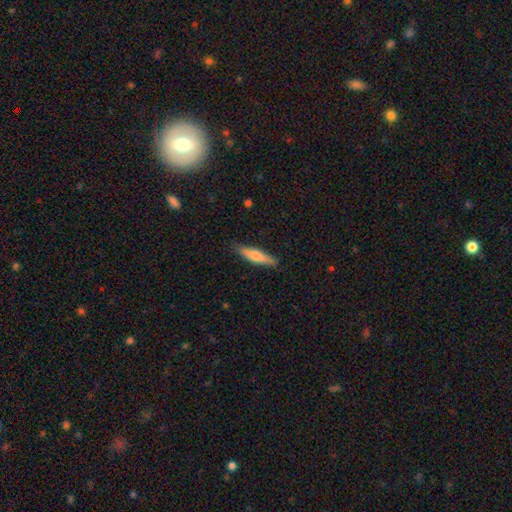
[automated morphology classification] A smooth galaxy with no disk features (61%) that is cigar-shaped (81%). Merging: none (88%).